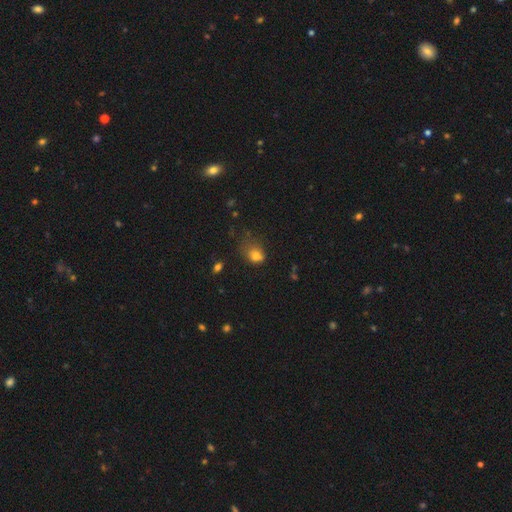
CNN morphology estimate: This appears to be a smooth galaxy with no disk features (76%) that is in between round and cigar-shaped (56%). Merging: none (35%).